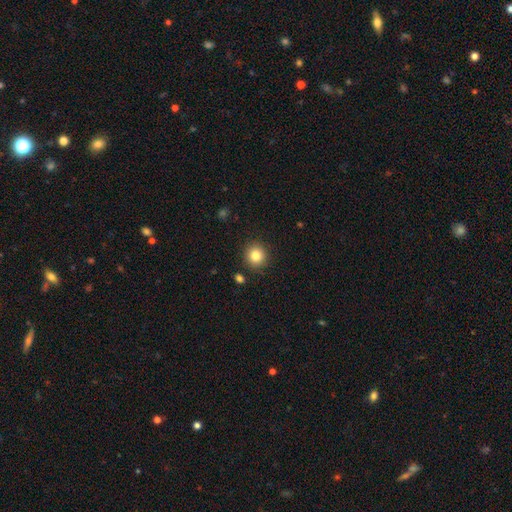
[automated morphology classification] Smooth or featured? smooth (82%)
How rounded? round (90%)
Merging? none (90%)